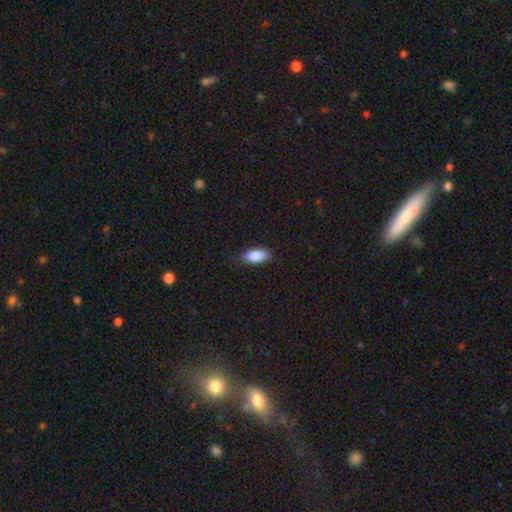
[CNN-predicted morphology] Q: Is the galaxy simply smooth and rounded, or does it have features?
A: smooth — 89%.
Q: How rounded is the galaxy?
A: in between — 91%.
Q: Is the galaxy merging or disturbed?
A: none — 84%.